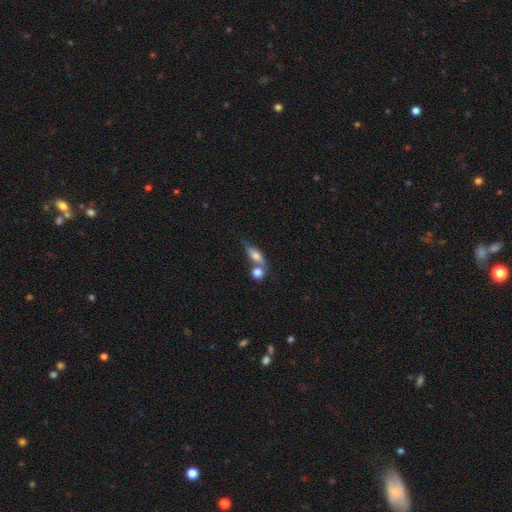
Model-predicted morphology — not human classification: type=smooth (64%); roundness=in between (57%); merging=none (42%).